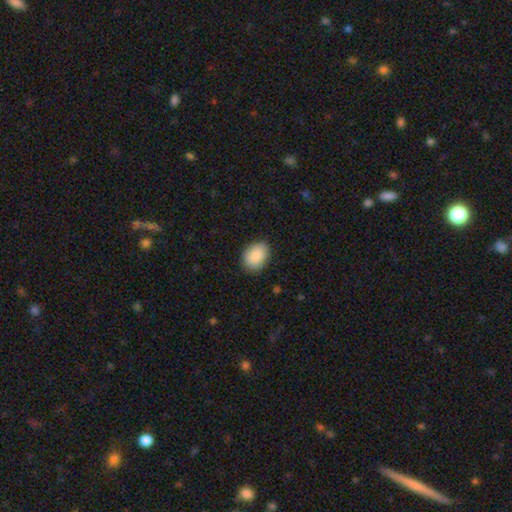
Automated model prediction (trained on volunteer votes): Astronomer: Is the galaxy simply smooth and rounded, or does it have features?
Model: smooth — 90%.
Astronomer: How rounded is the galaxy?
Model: in between — 74%.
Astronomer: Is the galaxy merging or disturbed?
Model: none — 85%.